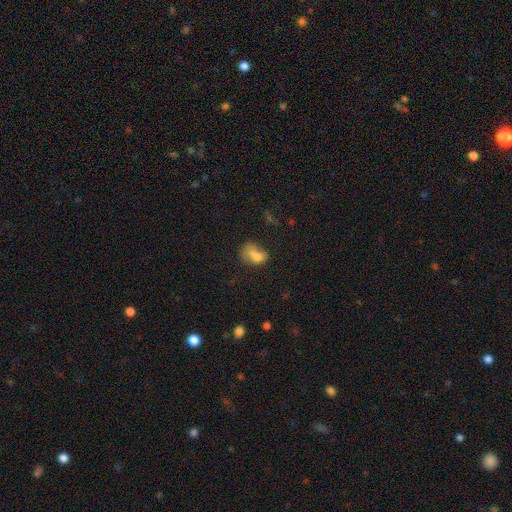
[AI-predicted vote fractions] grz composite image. It shows a smooth galaxy with no disk features (70%) that is in between round and cigar-shaped (69%). Merging: merger (47%).